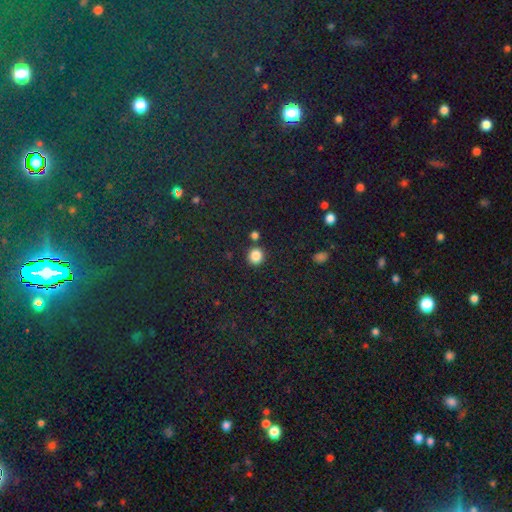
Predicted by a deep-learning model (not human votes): This appears to be a smooth galaxy with no disk features (85%) that is round (85%). Merging: none (82%).